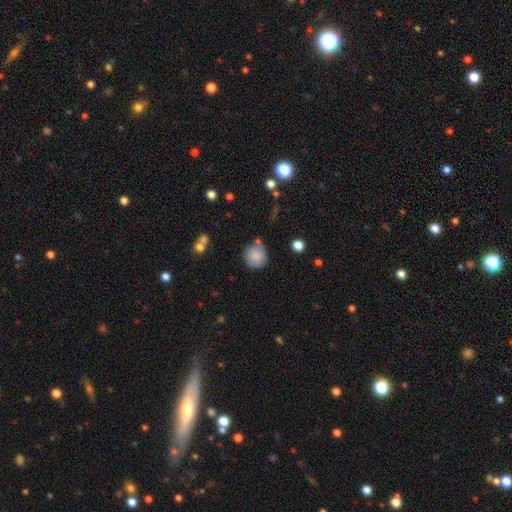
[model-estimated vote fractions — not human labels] smooth_or_featured: smooth (p=0.85) [alt: star or artifact p=0.08]
how_rounded: round (p=0.89) [alt: in between p=0.10]
merging: none (p=0.73) [alt: minor disturbance p=0.16]